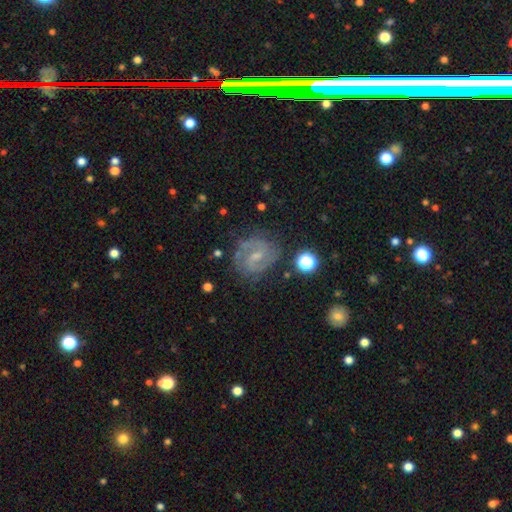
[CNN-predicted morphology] Overall: featured or disk (79%). Edge-on disk: no (97%). Bar: weak (56%; no 26%). Spiral arms: yes (94%). Spiral arm count: 2 (78%). Spiral winding: medium (49%; tight 39%). Bulge size: small (56%; moderate 31%). Merging: none (73%).